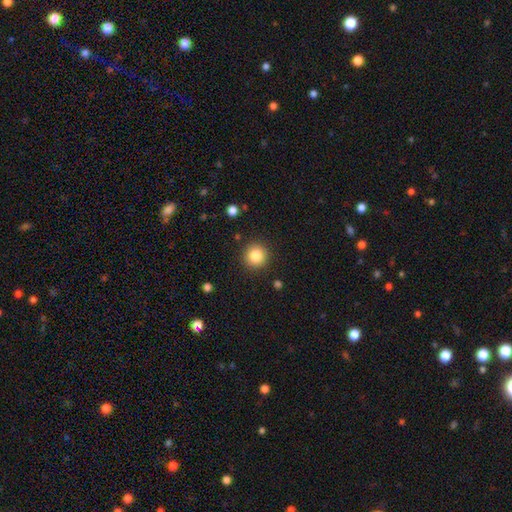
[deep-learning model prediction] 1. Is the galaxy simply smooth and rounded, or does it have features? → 84% smooth, 10% star or artifact, 6% featured or disk.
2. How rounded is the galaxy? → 94% round, 5% in between, 1% cigar-shaped.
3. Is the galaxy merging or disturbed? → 90% none, 6% minor disturbance, 2% major disturbance, 1% merger.